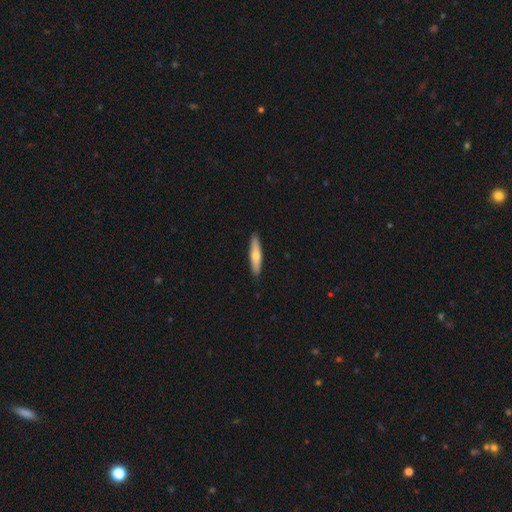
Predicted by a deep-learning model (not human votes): smooth-or-featured: smooth: 56% | featured or disk: 38% | star or artifact: 6%
  how-rounded: cigar-shaped: 85% | in between: 14% | round: 2%
  merging: none: 90% | minor disturbance: 7% | major disturbance: 1% | merger: 1%